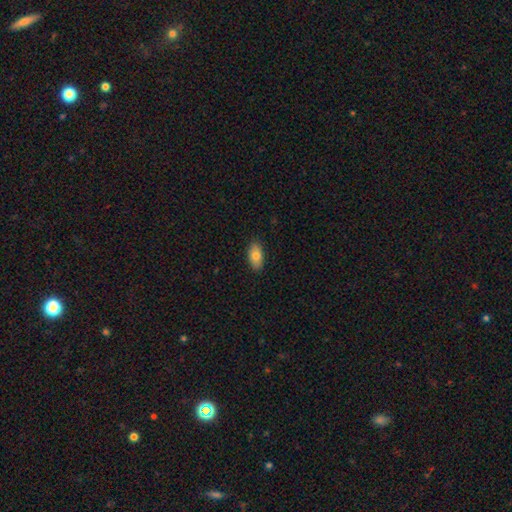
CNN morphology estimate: smooth-or-featured: smooth: 80% | featured or disk: 13% | star or artifact: 7%
  how-rounded: in between: 92% | cigar-shaped: 5% | round: 3%
  merging: none: 88% | minor disturbance: 9% | major disturbance: 2% | merger: 1%